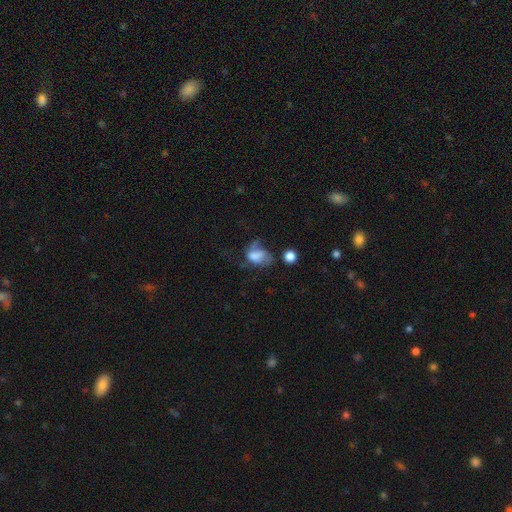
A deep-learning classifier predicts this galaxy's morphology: The model was most divided on "merging": major disturbance: 44%, none: 23%, minor disturbance: 22%, merger: 11%. More confident: how rounded — in between (71%); smooth or featured — smooth (58%).